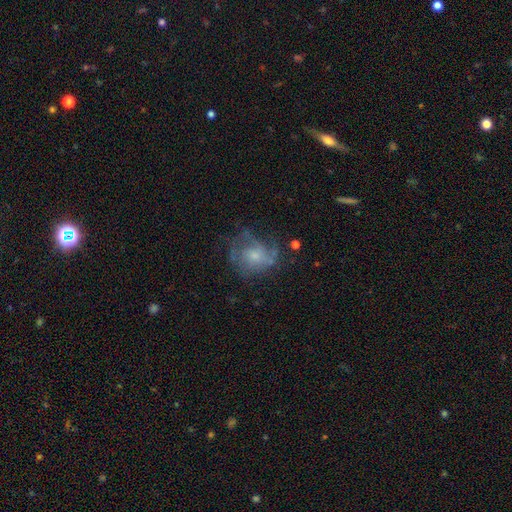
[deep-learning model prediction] Smooth or featured?
  - featured or disk: 65% *
  - smooth: 24%
  - star or artifact: 11%
Edge-on disk?
  - no: 98% *
  - yes: 2%
Bar?
  - no: 76% *
  - weak: 21%
  - strong: 3%
Spiral arms?
  - yes: 76% *
  - no: 24%
Bulge size?
  - small: 52% *
  - moderate: 36%
  - none: 7%
  - large: 3%
  - dominant: 1%
Merging?
  - none: 51% *
  - major disturbance: 24%
  - minor disturbance: 22%
  - merger: 3%